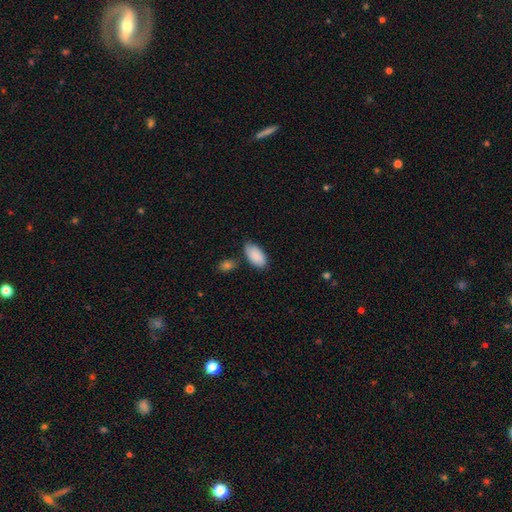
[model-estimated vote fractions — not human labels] smooth 89%, star or artifact 6%, featured or disk 6%. Down the decision tree: how rounded — in between (95%); merging — none (70%).